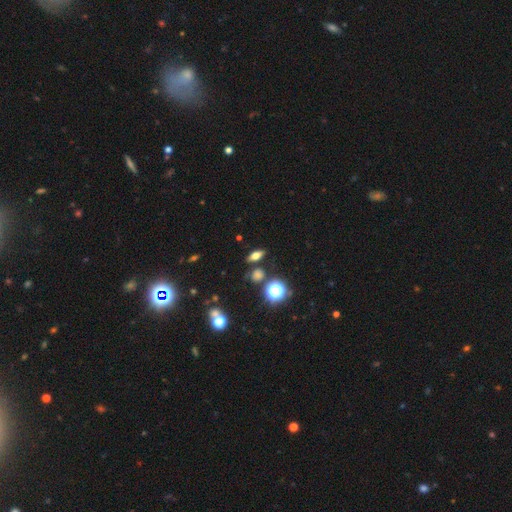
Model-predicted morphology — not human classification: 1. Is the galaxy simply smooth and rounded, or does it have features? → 55% smooth, 26% featured or disk, 18% star or artifact.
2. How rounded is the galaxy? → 59% in between, 23% cigar-shaped, 18% round.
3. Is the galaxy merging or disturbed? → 81% none, 11% minor disturbance, 5% merger, 3% major disturbance.